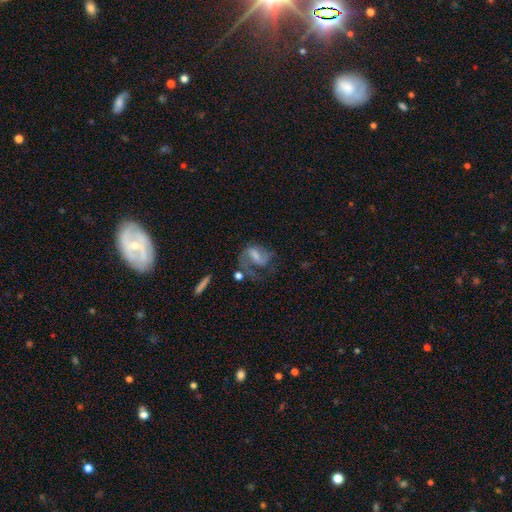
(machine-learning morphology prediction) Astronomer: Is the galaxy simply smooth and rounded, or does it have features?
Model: featured or disk — 58% (runner-up: smooth, 33%).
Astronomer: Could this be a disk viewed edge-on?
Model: no — 95%.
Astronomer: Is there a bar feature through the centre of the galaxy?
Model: weak — 43% (runner-up: no, 34%).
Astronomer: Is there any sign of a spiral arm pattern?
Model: yes — 69%.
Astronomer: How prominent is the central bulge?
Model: moderate — 32% (runner-up: none, 27%).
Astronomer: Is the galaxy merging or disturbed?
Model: major disturbance — 44% (runner-up: none, 29%).